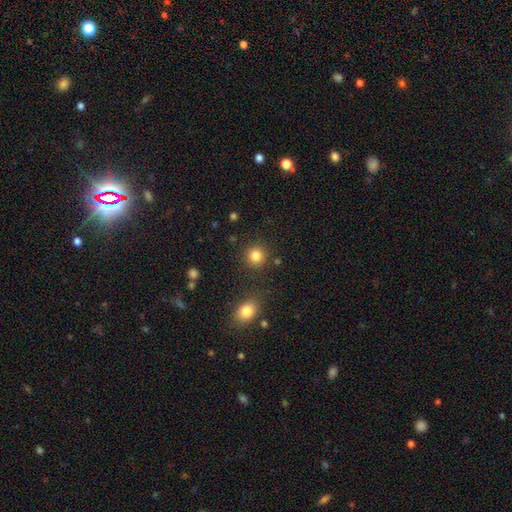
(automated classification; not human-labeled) smooth_or_featured: smooth (p=0.84) [alt: star or artifact p=0.11]
how_rounded: round (p=0.90) [alt: in between p=0.09]
merging: none (p=0.87) [alt: minor disturbance p=0.06]